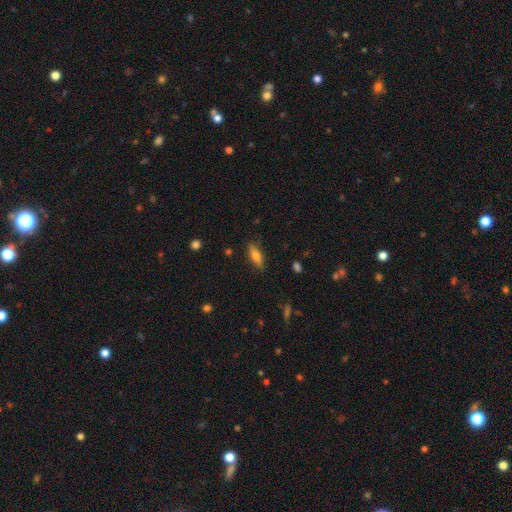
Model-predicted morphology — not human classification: The model was most divided on "how rounded": in between: 53%, cigar-shaped: 44%, round: 3%. More confident: merging — none (84%); smooth or featured — smooth (69%).